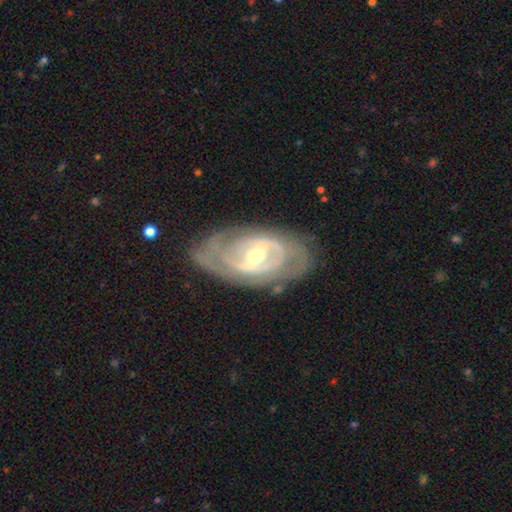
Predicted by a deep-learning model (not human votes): This is clearly a featured or disk galaxy (85%). It is clearly not viewed edge-on (93%). Bar: marginally weak (43%). Spiral arm pattern: clearly yes (83%). Spiral arm count: marginally 2 (41%). Spiral winding: likely tight (64%). Central bulge: possibly moderate (58%). Merging: likely none (74%).